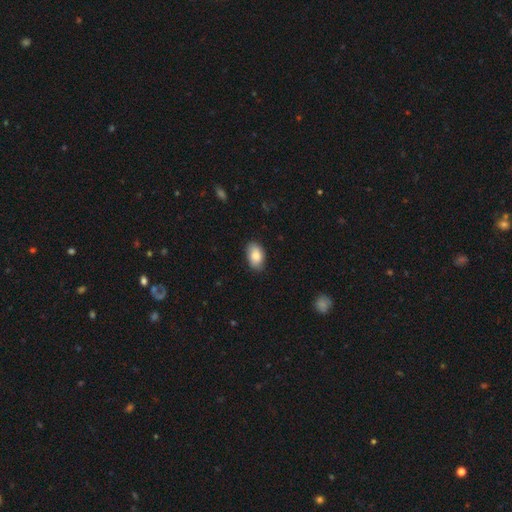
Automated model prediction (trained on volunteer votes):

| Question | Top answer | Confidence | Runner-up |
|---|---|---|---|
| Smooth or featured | smooth | 84% | featured or disk (9%) |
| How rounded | in between | 92% | round (7%) |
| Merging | none | 84% | minor disturbance (13%) |